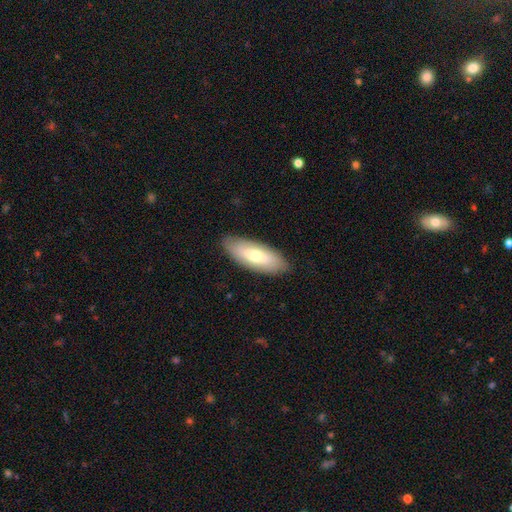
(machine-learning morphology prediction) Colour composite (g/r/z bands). It shows a smooth galaxy with no disk features (61%) that is in between round and cigar-shaped (73%). Merging: none (87%).